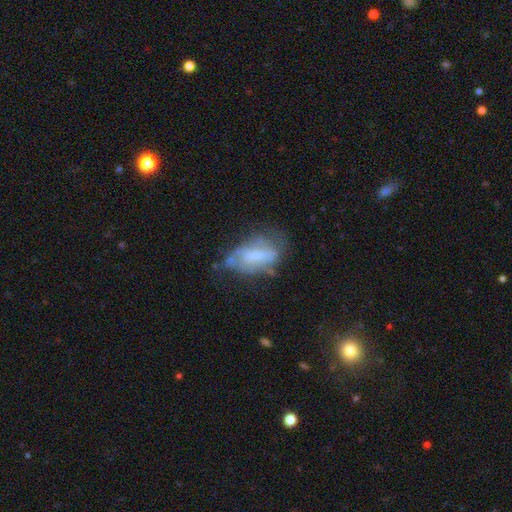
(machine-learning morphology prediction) smooth_or_featured: featured or disk (p=0.47) [alt: smooth p=0.42]
merging: none (p=0.39) [alt: minor disturbance p=0.30]